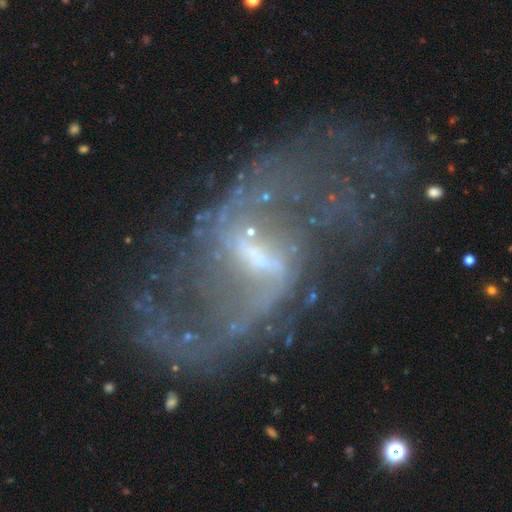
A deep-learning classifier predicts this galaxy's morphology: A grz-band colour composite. It shows a featured or disk galaxy (89%) with a strong bar (49%), 2 (89%) loose (75%) spiral arms (92%) and a small central bulge (48%). Merging: none (49%).